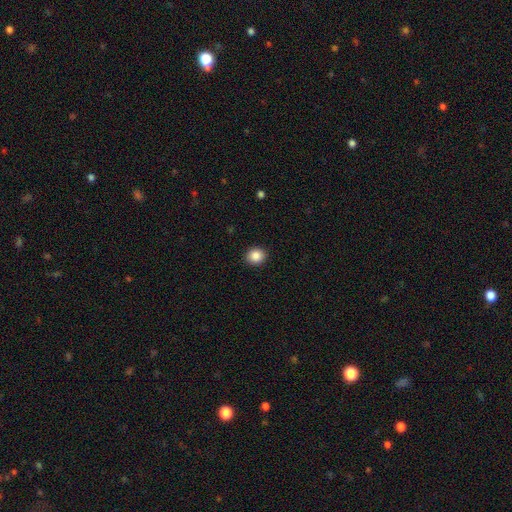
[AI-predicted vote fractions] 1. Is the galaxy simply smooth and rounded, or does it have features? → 87% smooth, 9% star or artifact, 4% featured or disk.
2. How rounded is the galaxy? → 79% round, 20% in between, 1% cigar-shaped.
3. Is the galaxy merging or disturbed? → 92% none, 6% minor disturbance, 2% major disturbance, 1% merger.